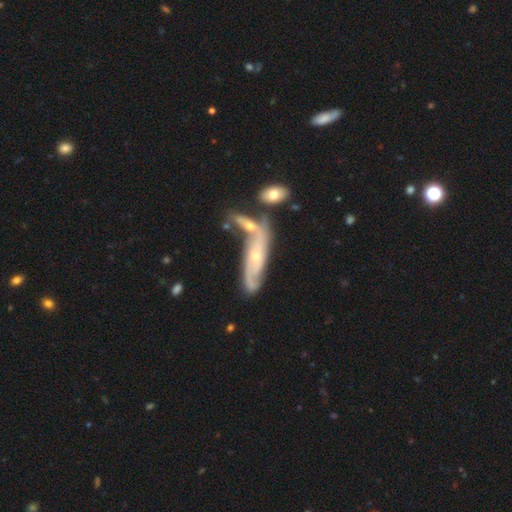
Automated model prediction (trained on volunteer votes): Smooth or featured? Predicted: featured or disk (p=0.78). Edge-on disk? Predicted: no (p=0.76). Bar? Predicted: no (p=0.66). Spiral arms? Predicted: yes (p=0.90). Spiral winding? Predicted: tight (p=0.44). Spiral arm count? Predicted: 2 (p=0.43). Bulge size? Predicted: small (p=0.65). Merging? Predicted: none (p=0.47).